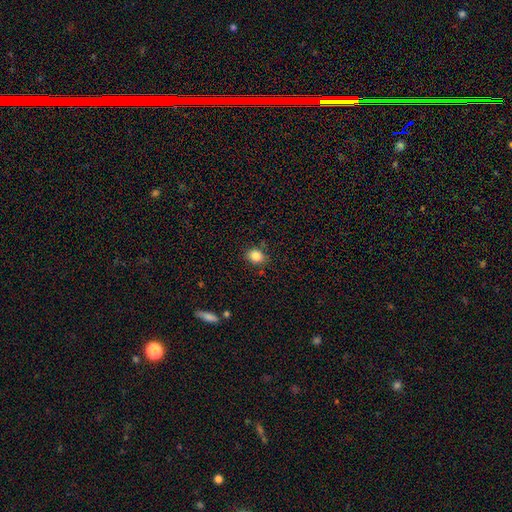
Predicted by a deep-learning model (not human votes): Morphology: type=smooth (85%); roundness=in between (54%); merging=none (81%).